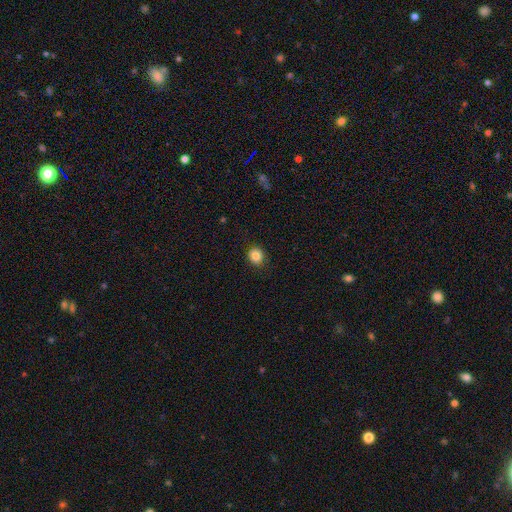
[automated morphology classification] A smooth galaxy with no disk features (86%) that is round (76%). Merging: none (88%).